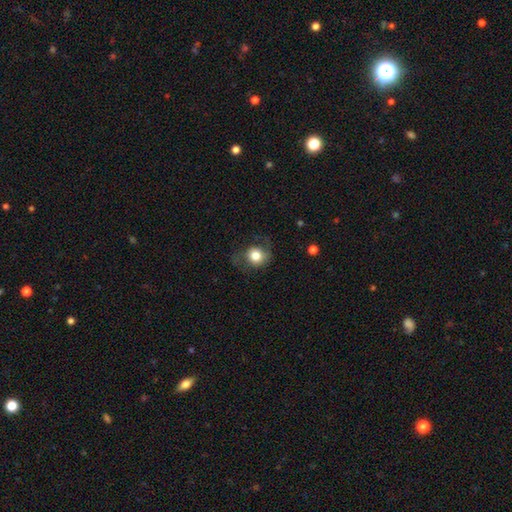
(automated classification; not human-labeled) smooth-or-featured: smooth: 73% | featured or disk: 18% | star or artifact: 9%
  how-rounded: round: 76% | in between: 23% | cigar-shaped: 1%
  merging: none: 60% | minor disturbance: 22% | major disturbance: 17% | merger: 1%